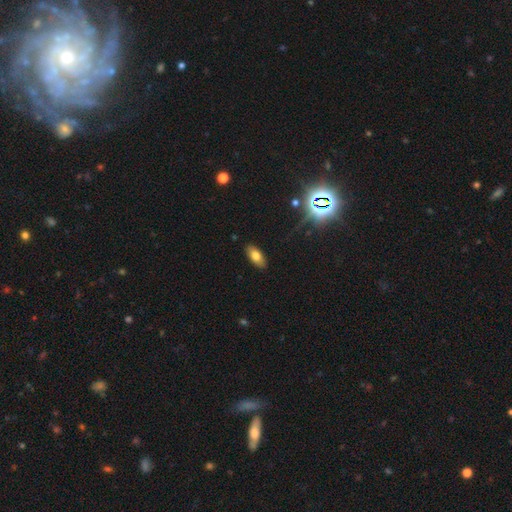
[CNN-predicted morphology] type=smooth (75%); roundness=in between (87%); merging=none (88%).